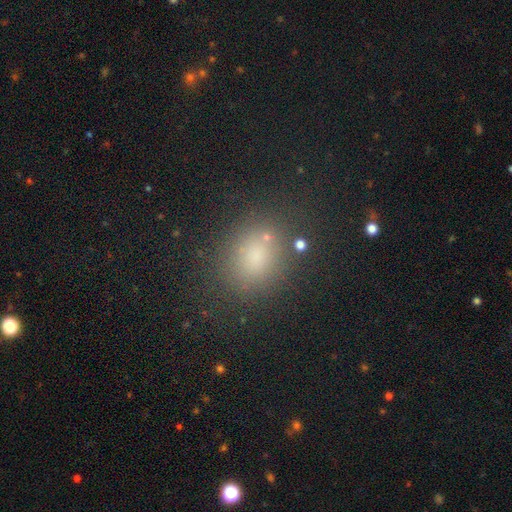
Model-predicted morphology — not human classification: A smooth galaxy with no disk features (74%) that is round (58%). Merging: none (79%).